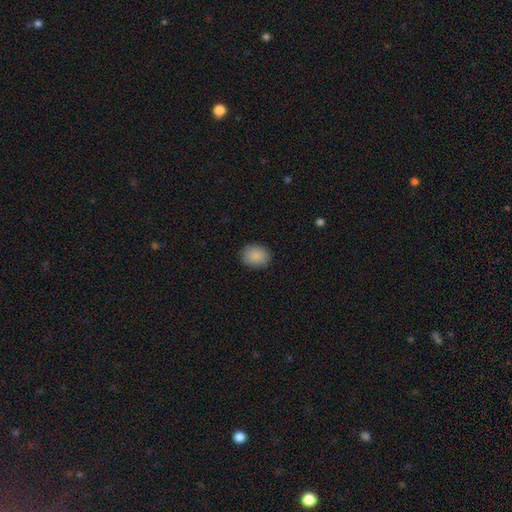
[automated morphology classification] Overall: smooth (89%). How rounded: in between (54%; round 45%). Merging: none (88%).